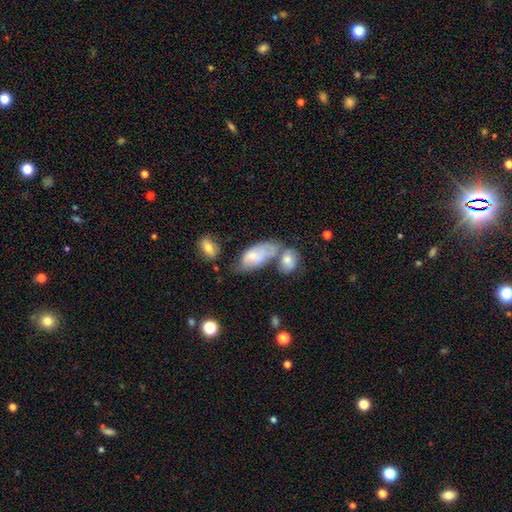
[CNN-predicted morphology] A smooth galaxy with no disk features (61%) that is in between round and cigar-shaped (90%). Merging: merger (40%).